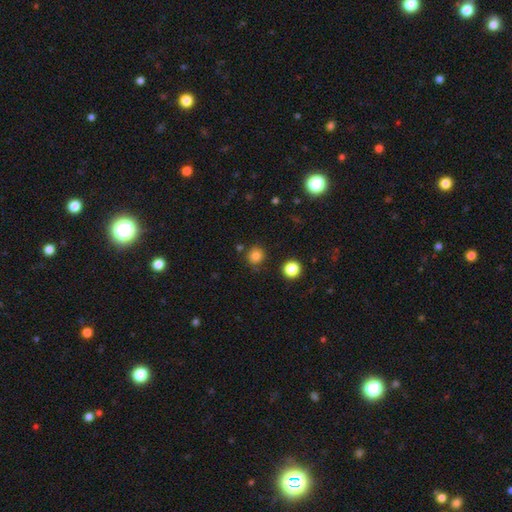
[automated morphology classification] Smooth or featured? smooth (80%)
How rounded? round (91%)
Merging? none (82%)